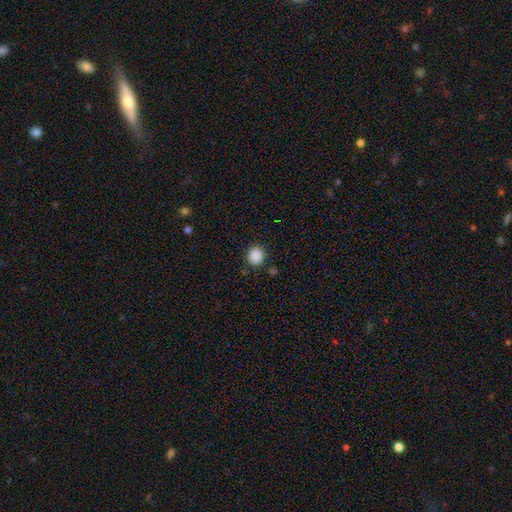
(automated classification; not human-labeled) Smooth or featured: smooth — 88% (star or artifact — 10%)
How rounded: round — 80% (in between — 19%)
Merging: none — 86% (minor disturbance — 9%)